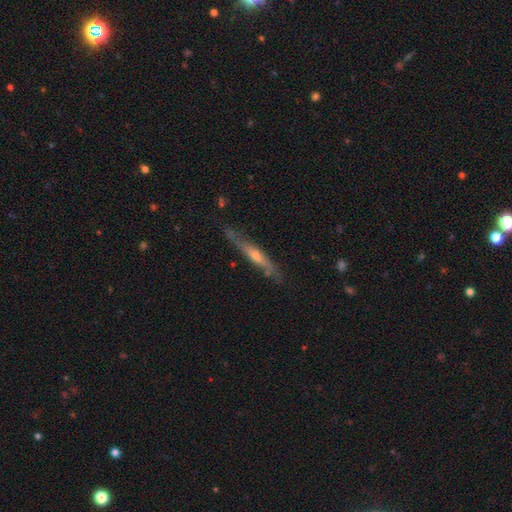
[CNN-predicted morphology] This appears to be a featured or disk galaxy (67%) viewed edge-on (86%) with a rounded central bulge (69%). Merging: none (72%).